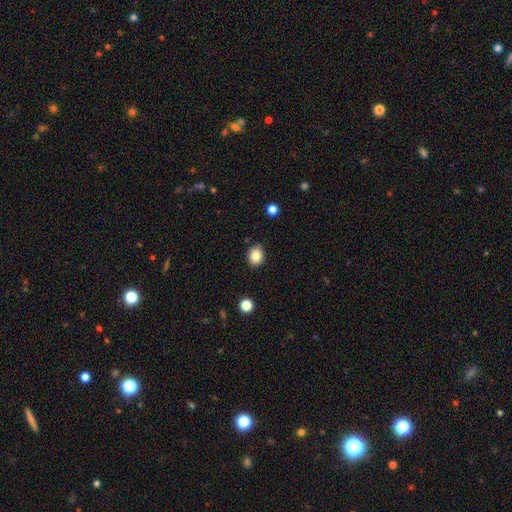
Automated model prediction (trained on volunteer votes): Smooth or featured: smooth — 85% (star or artifact — 10%)
How rounded: round — 63% (in between — 36%)
Merging: none — 86% (minor disturbance — 10%)